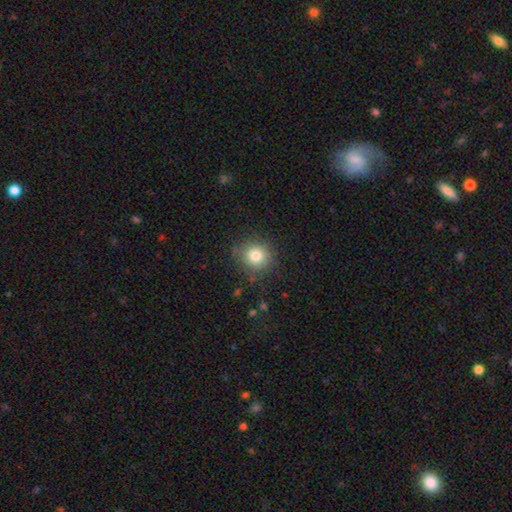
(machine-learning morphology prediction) Overall: smooth (80%). How rounded: round (88%). Merging: none (83%).